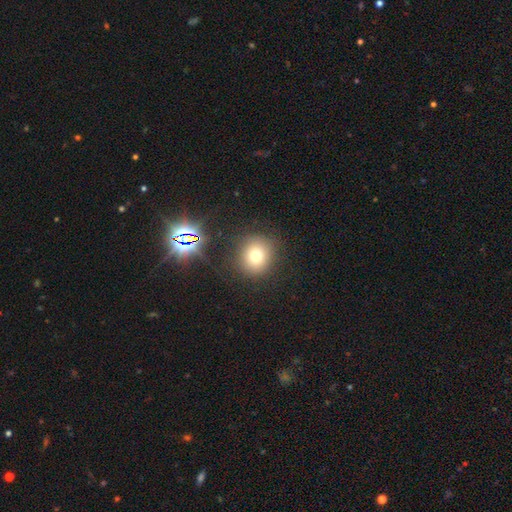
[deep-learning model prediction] Smooth or featured: smooth — 71% (star or artifact — 19%)
How rounded: round — 89% (in between — 10%)
Merging: none — 87% (minor disturbance — 8%)